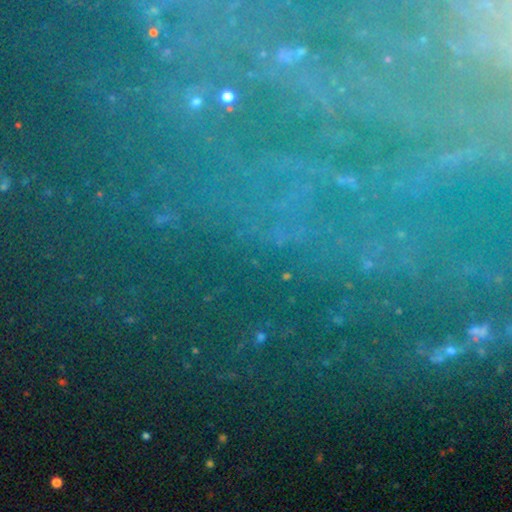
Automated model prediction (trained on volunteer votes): Smooth or featured? star or artifact (57%)